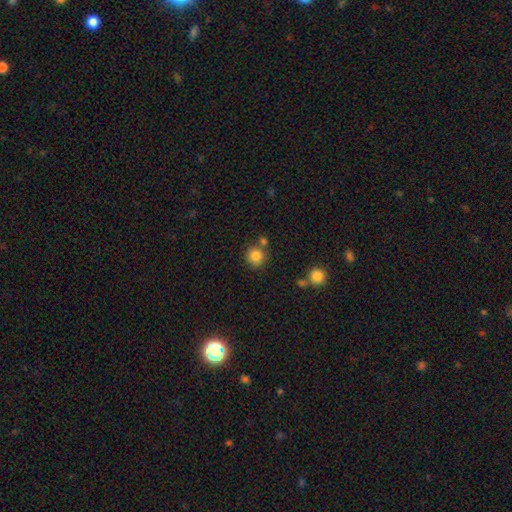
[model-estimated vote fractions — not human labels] Overall: smooth (84%). How rounded: round (91%). Merging: none (73%).